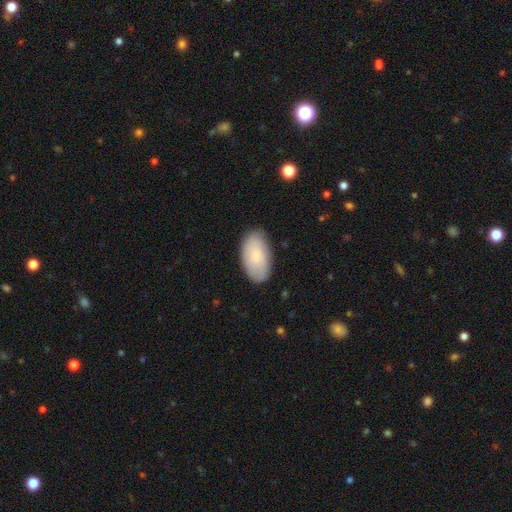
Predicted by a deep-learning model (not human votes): A smooth galaxy with no disk features (76%) that is in between round and cigar-shaped (95%).

Vote fractions:
- Smooth or featured? smooth: 76% / featured or disk: 18% / star or artifact: 6%
- How rounded? in between: 95% / round: 3% / cigar-shaped: 2%
- Merging? none: 80% / minor disturbance: 16% / major disturbance: 3% / merger: 1%